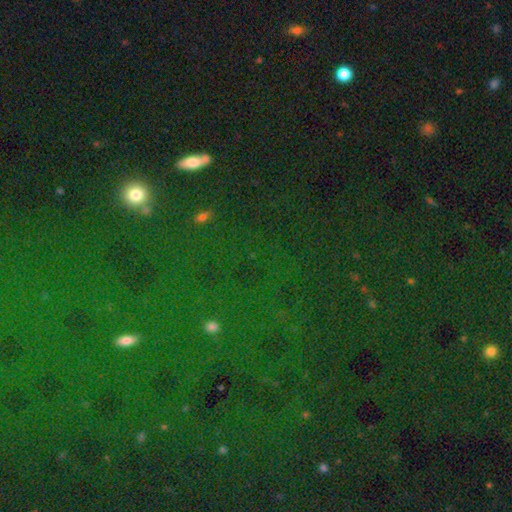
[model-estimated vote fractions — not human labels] Morphology: type=star or artifact (77%).